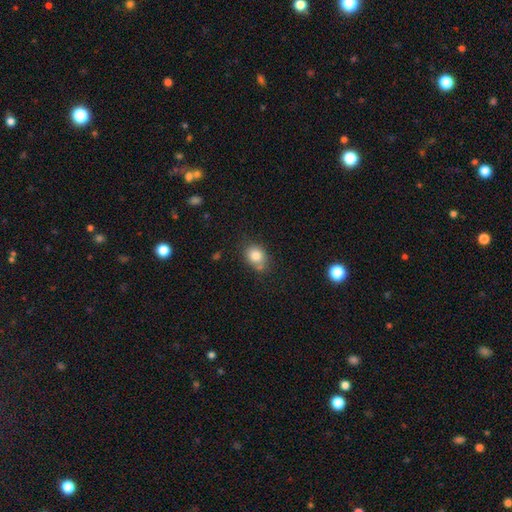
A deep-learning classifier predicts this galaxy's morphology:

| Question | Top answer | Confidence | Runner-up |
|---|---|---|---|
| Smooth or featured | smooth | 81% | star or artifact (10%) |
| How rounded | round | 52% | in between (47%) |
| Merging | none | 62% | minor disturbance (23%) |